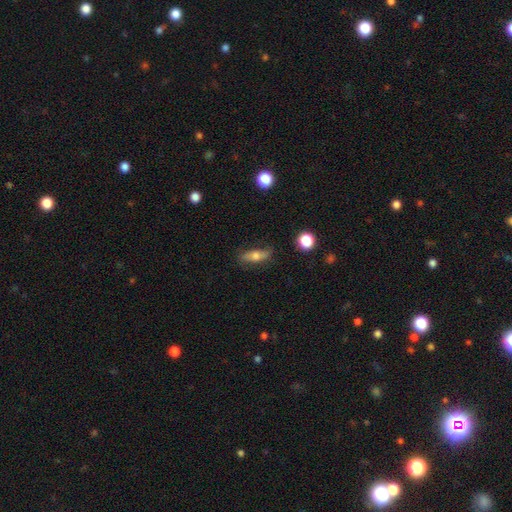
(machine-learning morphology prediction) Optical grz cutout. It shows a smooth galaxy with no disk features (56%) that is cigar-shaped (48%). Merging: none (77%).